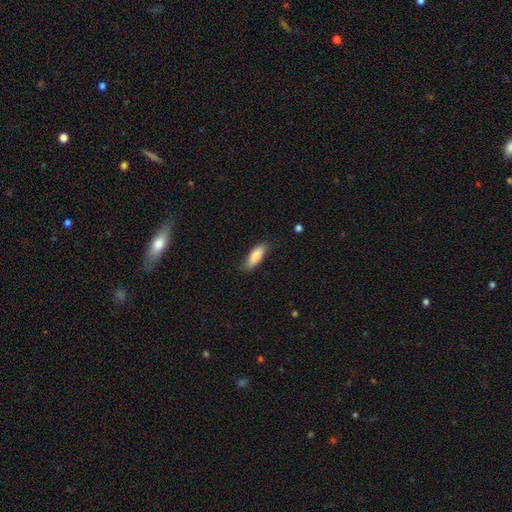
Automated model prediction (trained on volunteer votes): Overall: smooth (86%). How rounded: in between (65%; cigar-shaped 33%). Merging: none (79%).